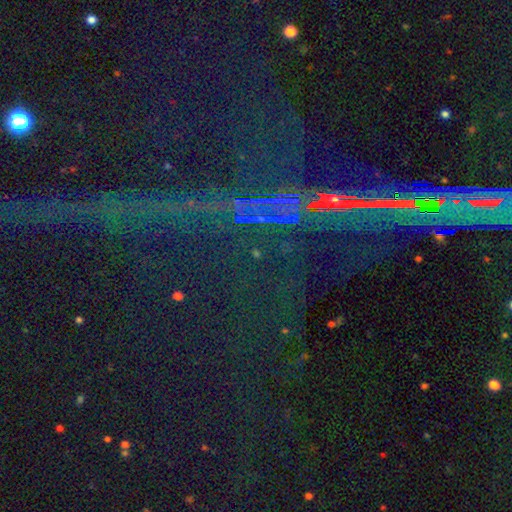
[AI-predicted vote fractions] Morphology: type=star or artifact (87%).